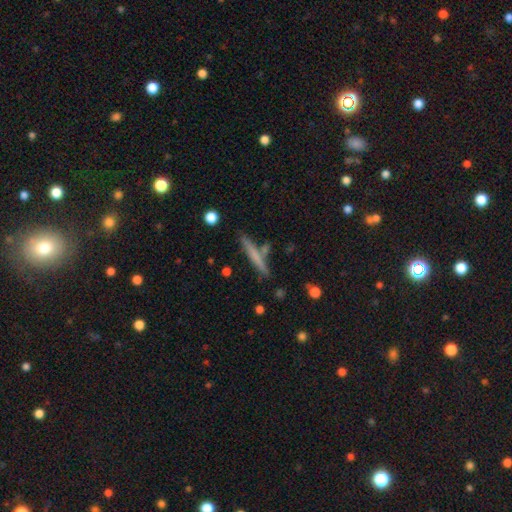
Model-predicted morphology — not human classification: A smooth galaxy with no disk features (61%) that is cigar-shaped (94%). Merging: none (79%).